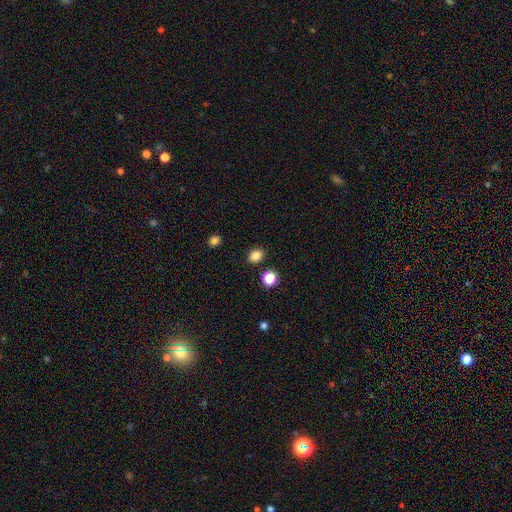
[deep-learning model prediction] smooth 84%, star or artifact 12%, featured or disk 4%. Down the decision tree: how rounded — round (54%); merging — none (86%).